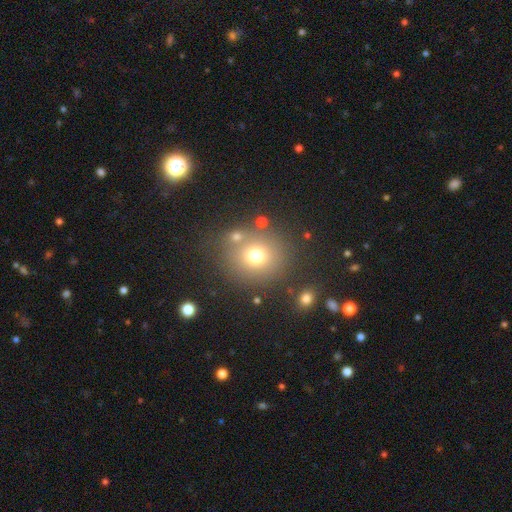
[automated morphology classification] The model was most divided on "smooth or featured": smooth: 70%, star or artifact: 17%, featured or disk: 12%. More confident: how rounded — round (87%); merging — none (75%).